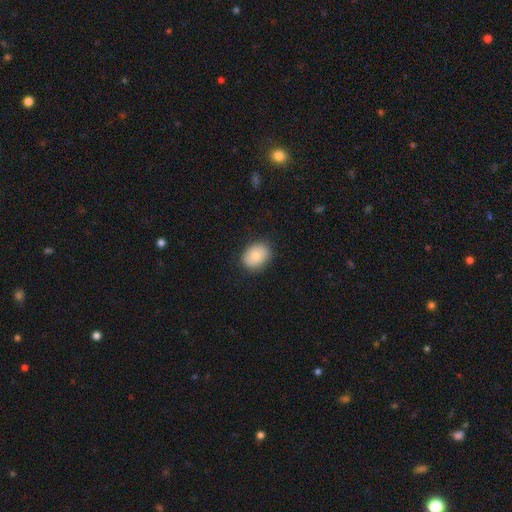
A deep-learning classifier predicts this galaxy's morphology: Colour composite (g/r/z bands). It shows a smooth galaxy with no disk features (80%) that is in between round and cigar-shaped (61%). Merging: none (86%).